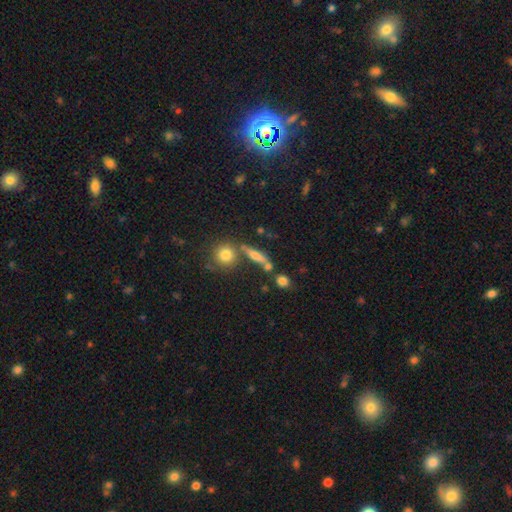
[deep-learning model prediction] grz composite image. It shows a smooth galaxy with no disk features (47%). Merging: none (69%).